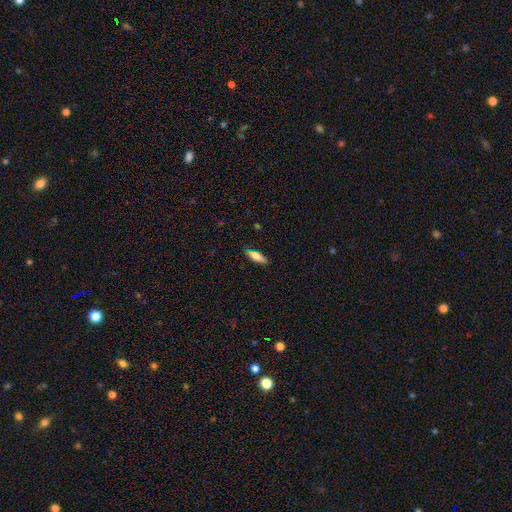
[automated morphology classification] Q: Smooth or featured?
A: smooth (76%); runner-up: featured or disk (18%)
Q: How rounded?
A: in between (53%); runner-up: cigar-shaped (45%)
Q: Merging?
A: none (85%); runner-up: minor disturbance (11%)